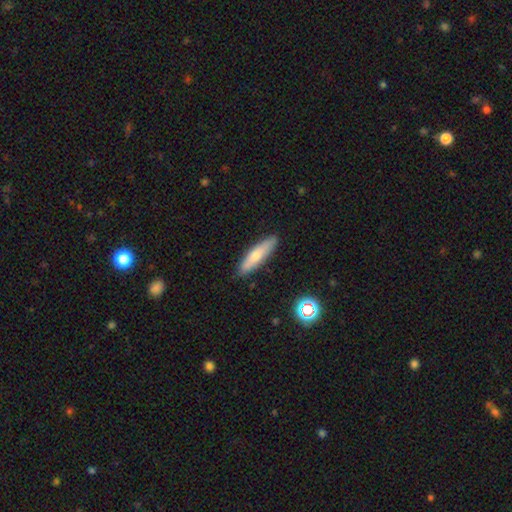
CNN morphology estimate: A smooth galaxy with no disk features (68%) that is cigar-shaped (76%). Merging: none (88%).